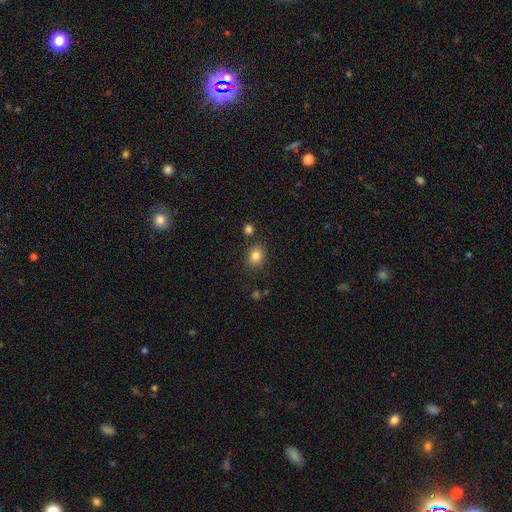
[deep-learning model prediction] smooth-or-featured: smooth: 83% | star or artifact: 11% | featured or disk: 6%
  how-rounded: round: 58% | in between: 41% | cigar-shaped: 1%
  merging: none: 80% | minor disturbance: 11% | merger: 6% | major disturbance: 3%